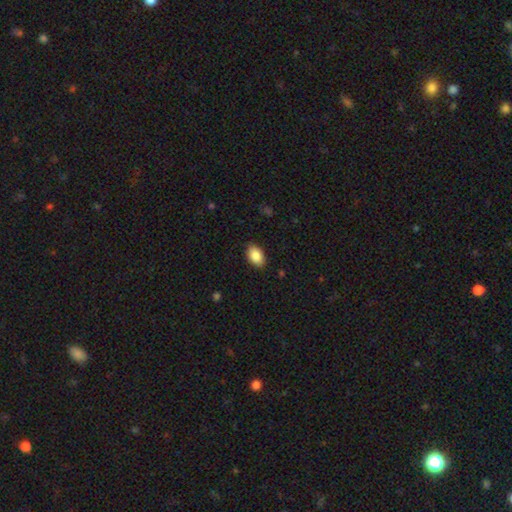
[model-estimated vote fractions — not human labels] The model was most divided on "merging": none: 87%, minor disturbance: 10%, major disturbance: 2%, merger: 1%. More confident: how rounded — in between (90%); smooth or featured — smooth (89%).